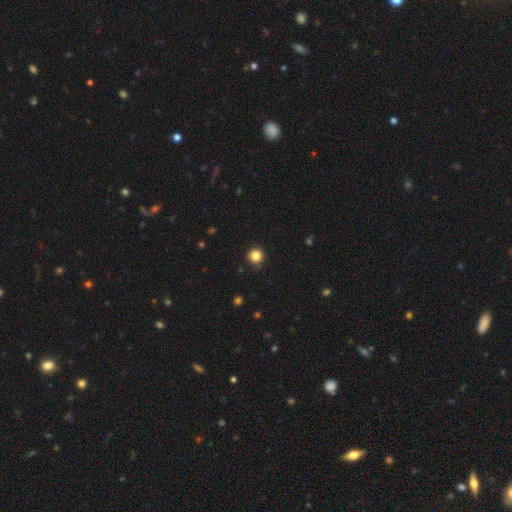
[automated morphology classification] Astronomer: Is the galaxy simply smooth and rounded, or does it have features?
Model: smooth — 84%.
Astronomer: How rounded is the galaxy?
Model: round — 94%.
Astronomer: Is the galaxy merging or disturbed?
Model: none — 85%.